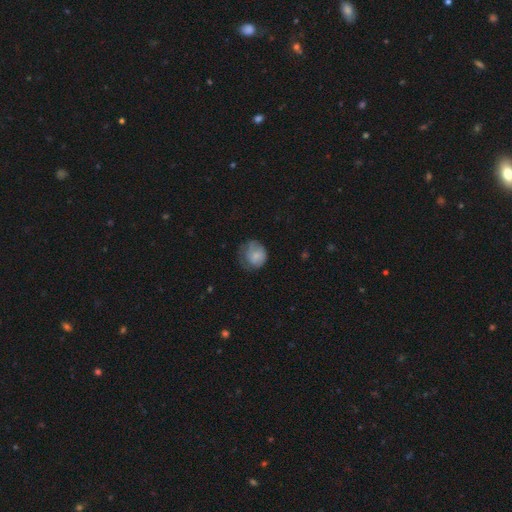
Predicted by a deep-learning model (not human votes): smooth_or_featured: smooth (p=0.70) [alt: featured or disk p=0.22]
how_rounded: round (p=0.76) [alt: in between p=0.23]
merging: none (p=0.44) [alt: minor disturbance p=0.32]